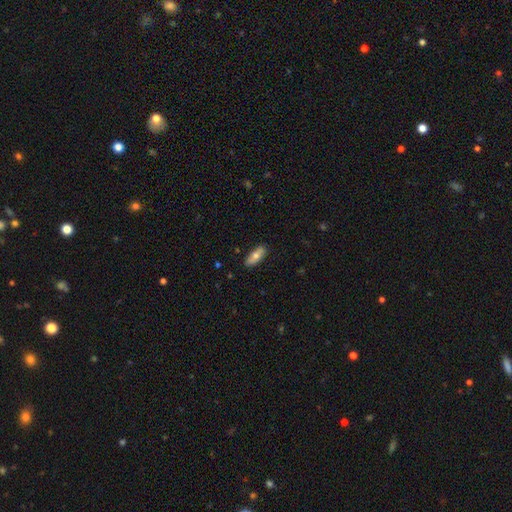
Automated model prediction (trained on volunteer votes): Morphology: type=smooth (67%); roundness=in between (75%); merging=none (85%).